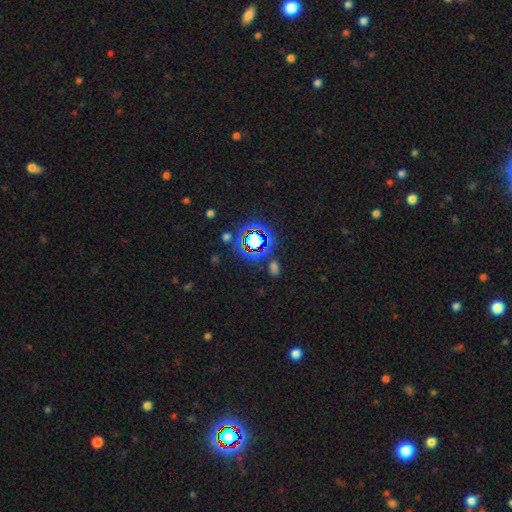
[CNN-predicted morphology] star or artifact 77%, smooth 13%, featured or disk 9%.